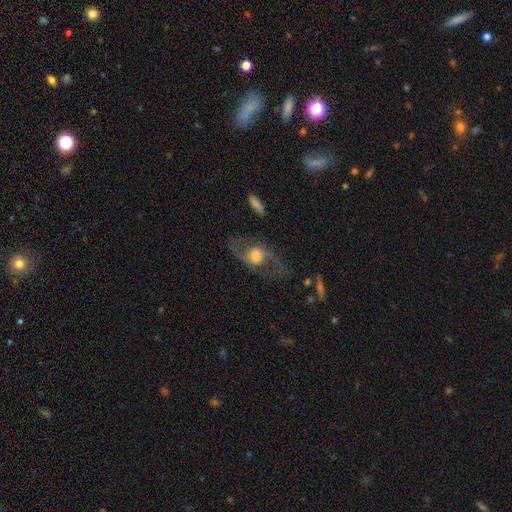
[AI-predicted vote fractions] A featured or disk galaxy (71%) with no bar (59%), 2 (90%) loose (61%) spiral arms (81%) and a moderate central bulge (41%).

Vote fractions:
- Smooth or featured? featured or disk: 71% / smooth: 21% / star or artifact: 8%
- Edge-on disk? no: 88% / yes: 12%
- Bar? no: 59% / weak: 31% / strong: 10%
- Spiral arms? yes: 81% / no: 19%
- Spiral winding? loose: 61% / medium: 33% / tight: 7%
- Spiral arm count? 2: 90% / can't tell: 4% / 1: 3% / 3: 1% / 4: 1% / more than 4: 1%
- Bulge size? moderate: 41% / large: 37% / small: 14% / dominant: 5% / none: 3%
- Merging? none: 60% / major disturbance: 21% / minor disturbance: 16% / merger: 3%